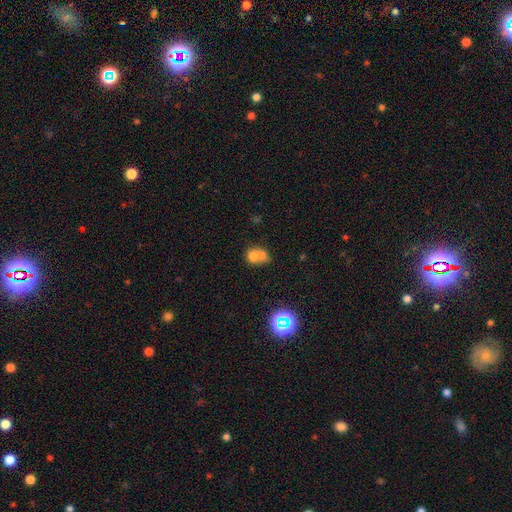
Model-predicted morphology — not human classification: A smooth galaxy with no disk features (67%) that is round (60%).

Vote fractions:
- Smooth or featured? smooth: 67% / featured or disk: 19% / star or artifact: 14%
- How rounded? round: 60% / in between: 39% / cigar-shaped: 1%
- Merging? merger: 66% / none: 23% / minor disturbance: 7% / major disturbance: 4%